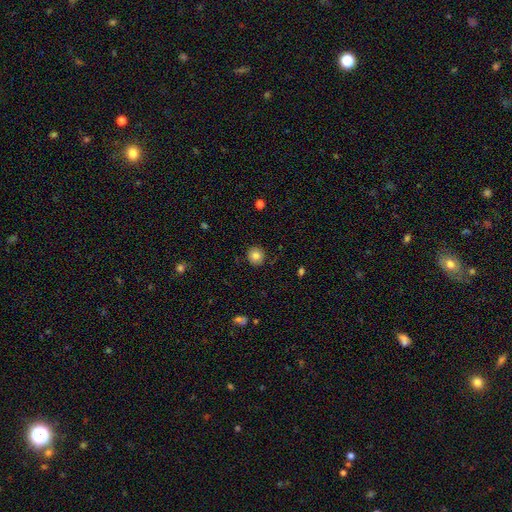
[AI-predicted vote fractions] smooth_or_featured: smooth (p=0.81) [alt: star or artifact p=0.10]
how_rounded: round (p=0.94) [alt: in between p=0.06]
merging: none (p=0.90) [alt: minor disturbance p=0.07]